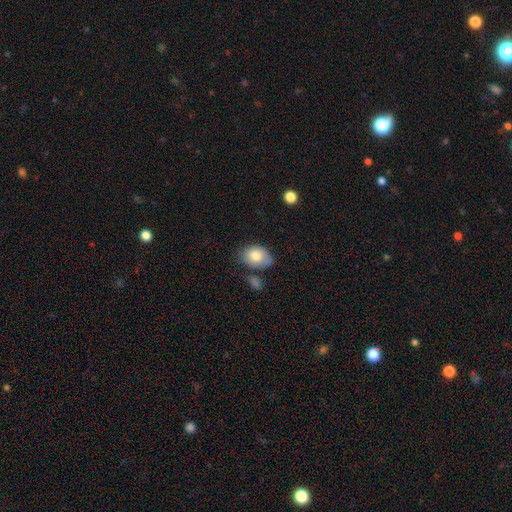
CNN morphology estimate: A smooth galaxy with no disk features (79%) that is in between round and cigar-shaped (82%).

Vote fractions:
- Smooth or featured? smooth: 79% / featured or disk: 14% / star or artifact: 7%
- How rounded? in between: 82% / round: 17% / cigar-shaped: 1%
- Merging? none: 61% / minor disturbance: 25% / merger: 8% / major disturbance: 6%